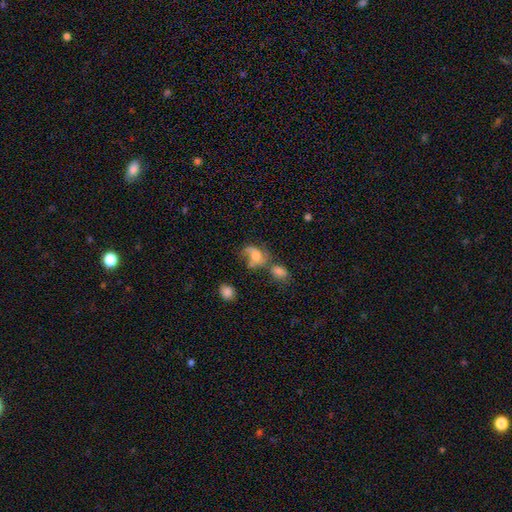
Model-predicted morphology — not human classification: A featured or disk galaxy (56%) with no bar (62%), spiral arms (85%) and a moderate central bulge (40%). Merging: merger (33%).